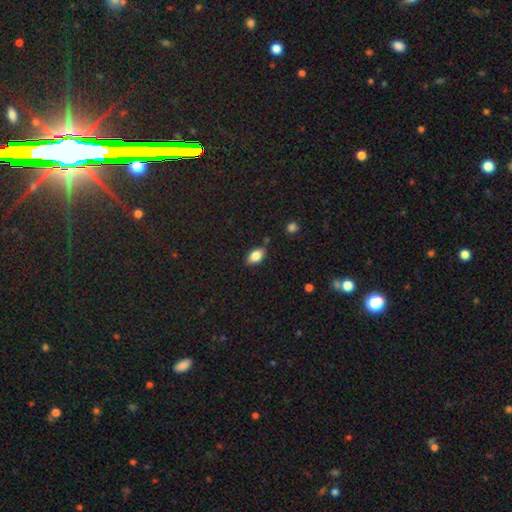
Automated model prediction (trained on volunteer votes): smooth 79%, featured or disk 13%, star or artifact 8%. Down the decision tree: how rounded — in between (89%); merging — none (79%).